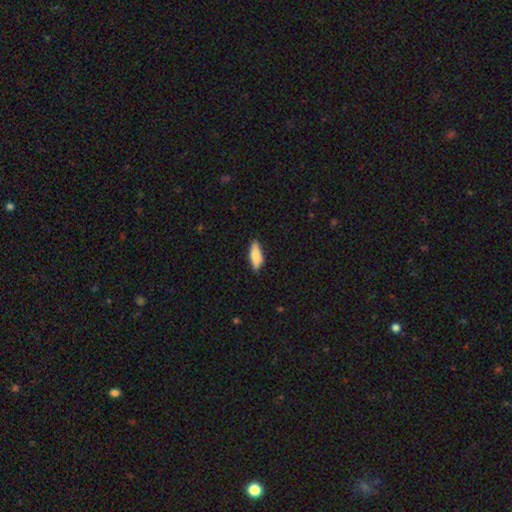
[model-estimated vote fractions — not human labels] The model was most divided on "how rounded": in between: 57%, cigar-shaped: 41%, round: 2%. More confident: merging — none (81%); smooth or featured — smooth (75%).